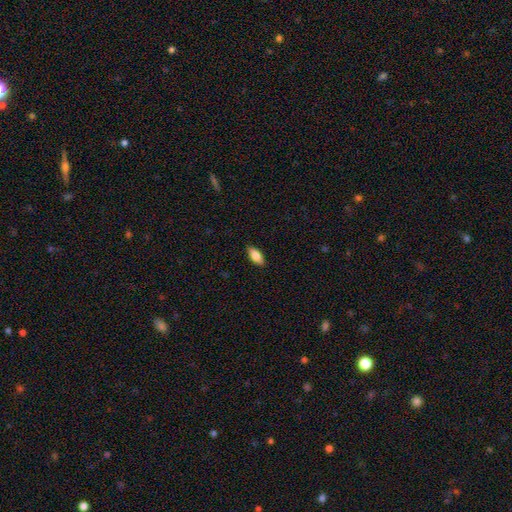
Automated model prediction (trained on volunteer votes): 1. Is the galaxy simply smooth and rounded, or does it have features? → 83% smooth, 10% featured or disk, 6% star or artifact.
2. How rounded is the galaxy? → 84% in between, 14% cigar-shaped, 2% round.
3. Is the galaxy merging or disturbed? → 89% none, 8% minor disturbance, 2% major disturbance, 1% merger.